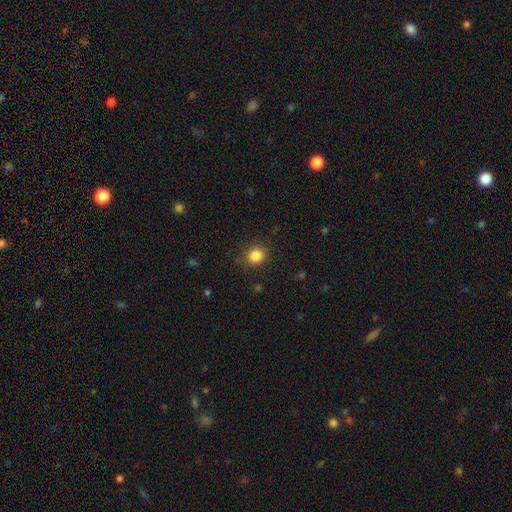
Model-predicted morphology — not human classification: smooth-or-featured: smooth: 84% | star or artifact: 11% | featured or disk: 4%
  how-rounded: round: 83% | in between: 16% | cigar-shaped: 1%
  merging: none: 86% | minor disturbance: 10% | major disturbance: 3% | merger: 1%